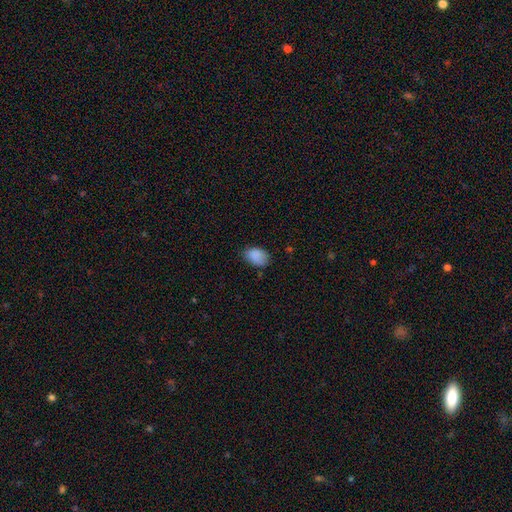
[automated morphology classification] Smooth or featured? smooth (87%)
How rounded? in between (80%)
Merging? none (67%)